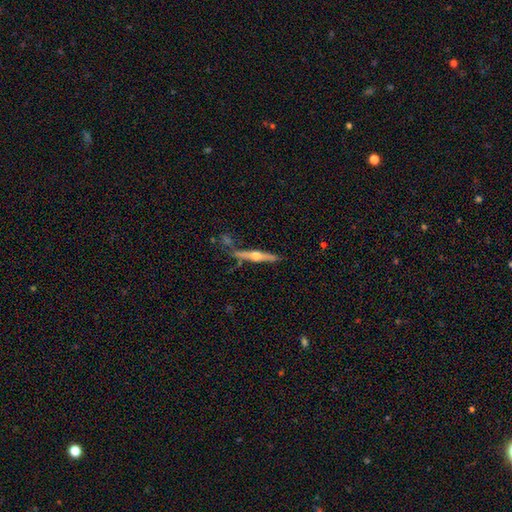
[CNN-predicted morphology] A featured or disk galaxy (77%) viewed edge-on (97%) with a rounded central bulge (94%). Merging: none (76%).